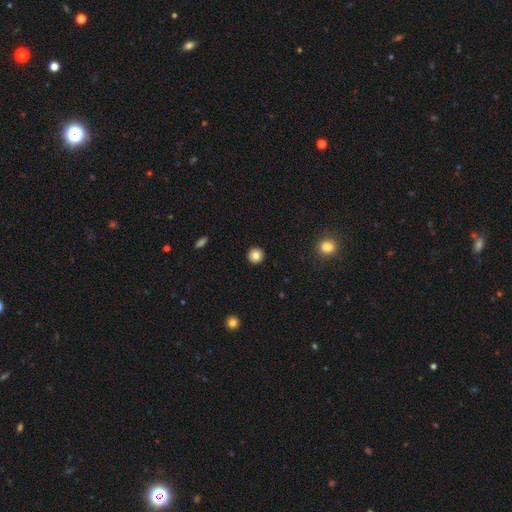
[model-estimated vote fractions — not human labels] Smooth or featured? Predicted: smooth (p=0.84). How rounded? Predicted: round (p=0.95). Merging? Predicted: none (p=0.93).